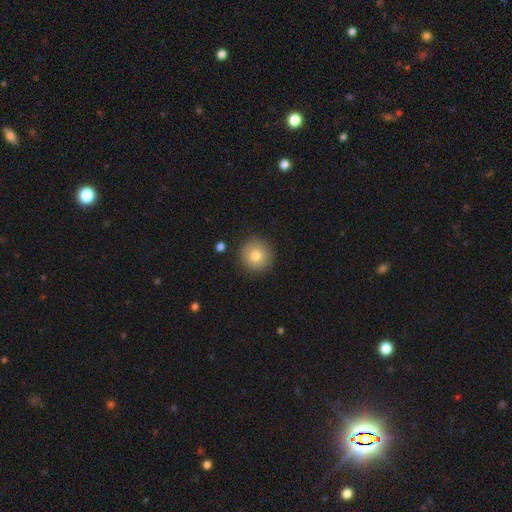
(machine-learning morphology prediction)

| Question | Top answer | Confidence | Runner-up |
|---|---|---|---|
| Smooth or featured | smooth | 80% | featured or disk (11%) |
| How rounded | round | 95% | in between (4%) |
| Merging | none | 89% | minor disturbance (7%) |